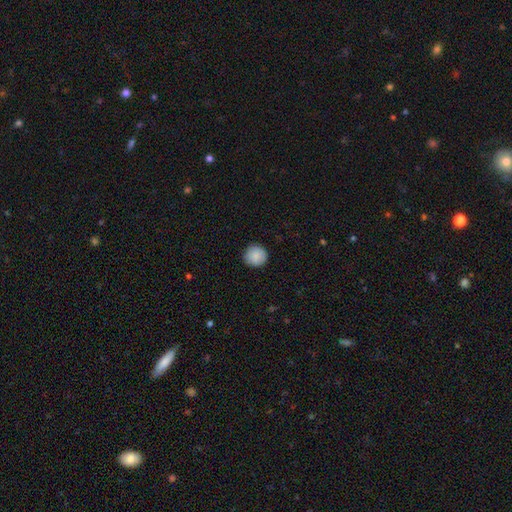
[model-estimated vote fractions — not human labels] Smooth or featured? Predicted: smooth (p=0.88). How rounded? Predicted: round (p=0.95). Merging? Predicted: none (p=0.89).